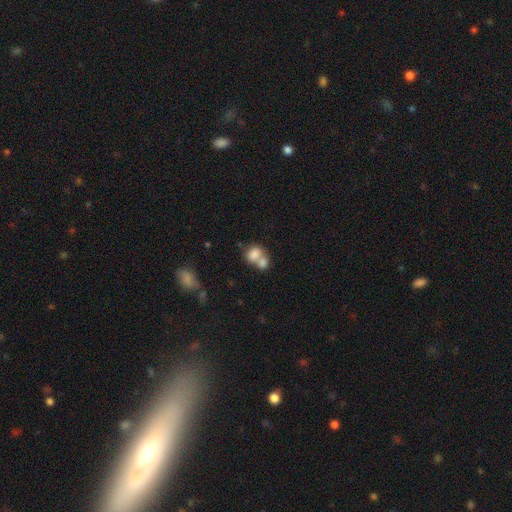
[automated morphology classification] smooth_or_featured: smooth (p=0.77) [alt: featured or disk p=0.14]
how_rounded: in between (p=0.51) [alt: round p=0.48]
merging: merger (p=0.68) [alt: none p=0.22]